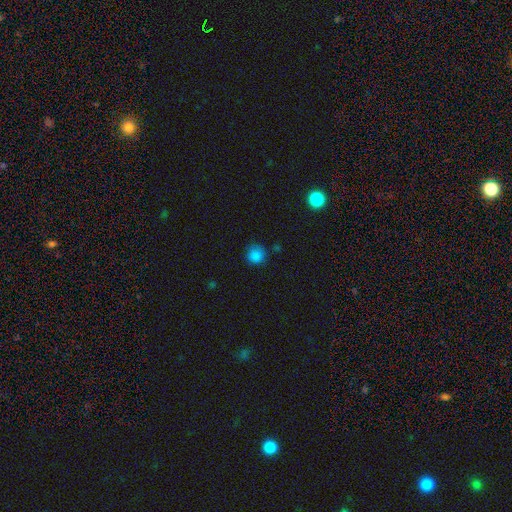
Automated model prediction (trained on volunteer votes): Smooth or featured? smooth (84%)
How rounded? round (91%)
Merging? none (79%)